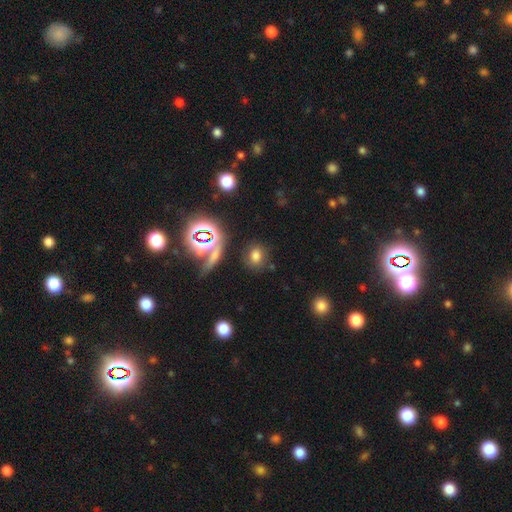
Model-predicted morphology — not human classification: Smooth or featured? smooth (67%)
How rounded? round (56%)
Merging? none (77%)